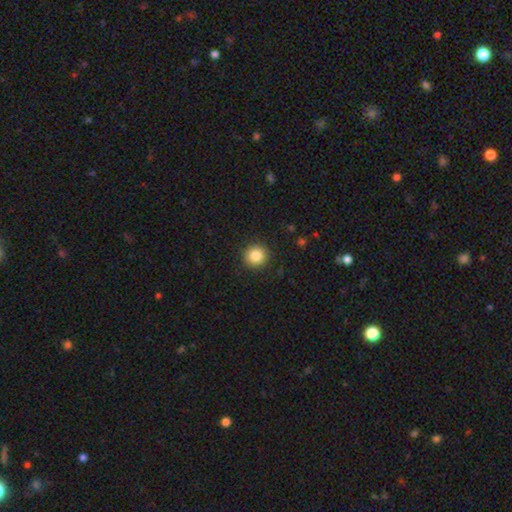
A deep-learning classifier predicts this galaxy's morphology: This is clearly a smooth galaxy (85%). How rounded: clearly round (93%). Merging: clearly none (92%).